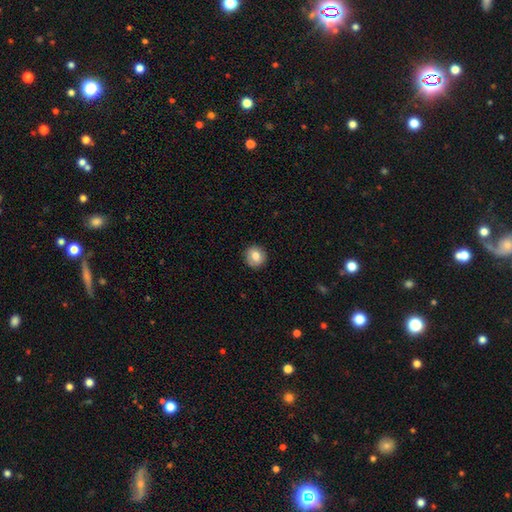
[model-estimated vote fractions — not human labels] Smooth or featured? smooth (78%)
How rounded? round (91%)
Merging? none (90%)